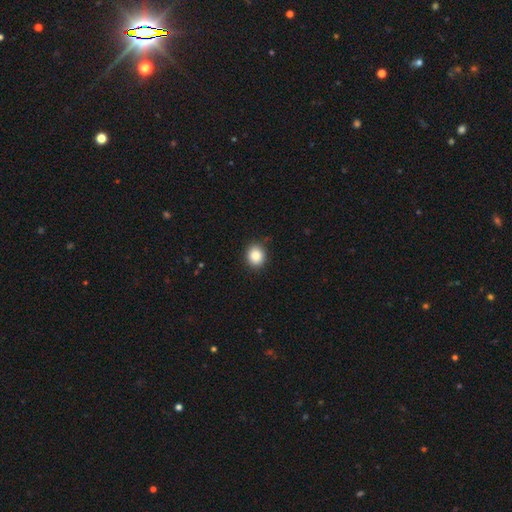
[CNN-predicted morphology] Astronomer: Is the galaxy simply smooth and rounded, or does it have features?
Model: smooth — 86%.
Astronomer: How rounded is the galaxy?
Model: round — 71%.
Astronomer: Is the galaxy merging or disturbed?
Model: none — 87%.